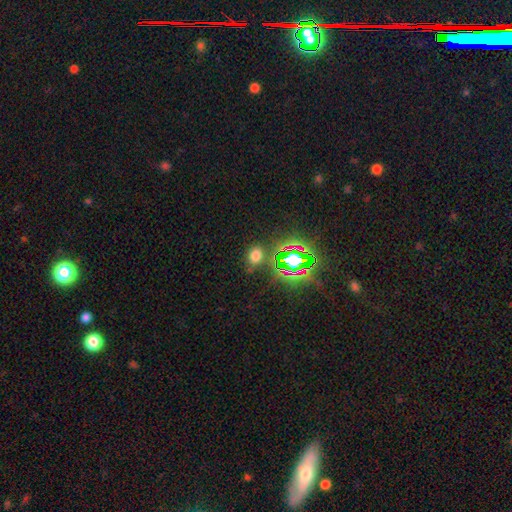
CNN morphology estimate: type=smooth (61%); roundness=in between (62%); merging=none (78%).